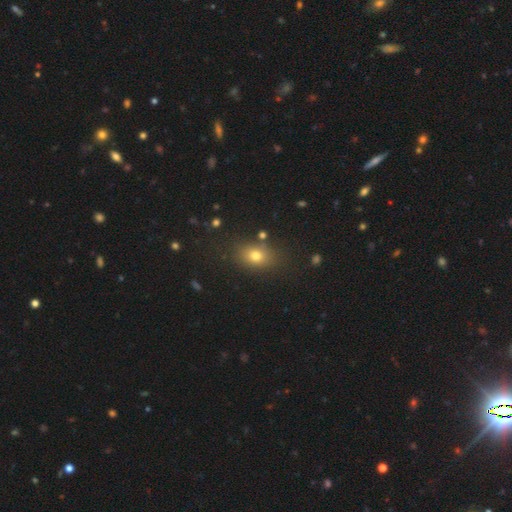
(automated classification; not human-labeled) A smooth galaxy with no disk features (74%) that is in between round and cigar-shaped (69%). Merging: none (81%).